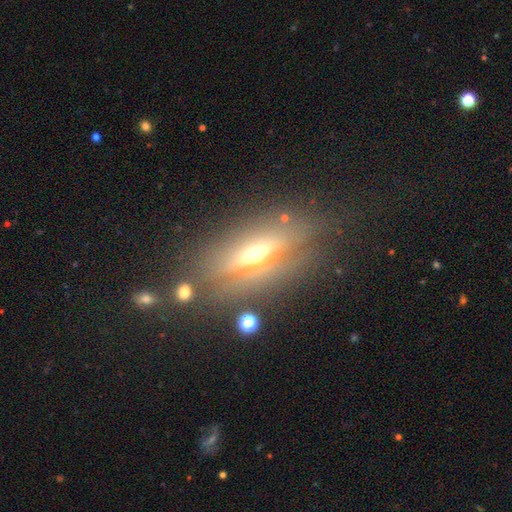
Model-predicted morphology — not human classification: Smooth or featured: featured or disk — 58% (smooth — 30%)
Edge-on disk: yes — 78% (no — 22%)
Merging: none — 71% (minor disturbance — 15%)